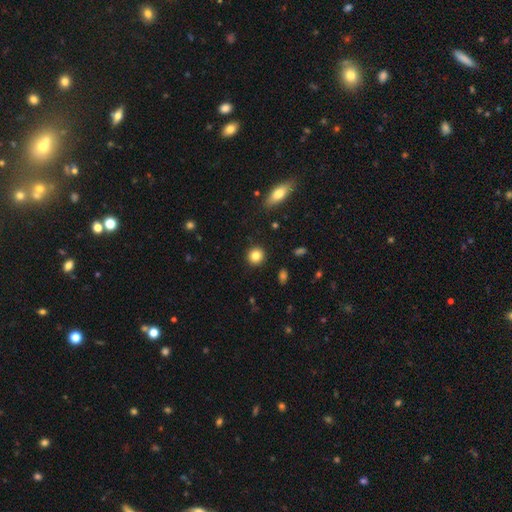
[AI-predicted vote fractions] Q: Smooth or featured?
A: smooth (84%); runner-up: star or artifact (9%)
Q: How rounded?
A: round (90%); runner-up: in between (9%)
Q: Merging?
A: none (92%); runner-up: minor disturbance (5%)